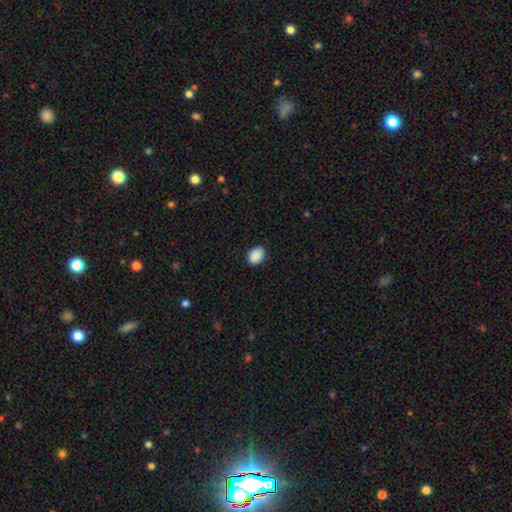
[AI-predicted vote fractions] Morphology: type=smooth (90%); roundness=in between (76%); merging=none (87%).